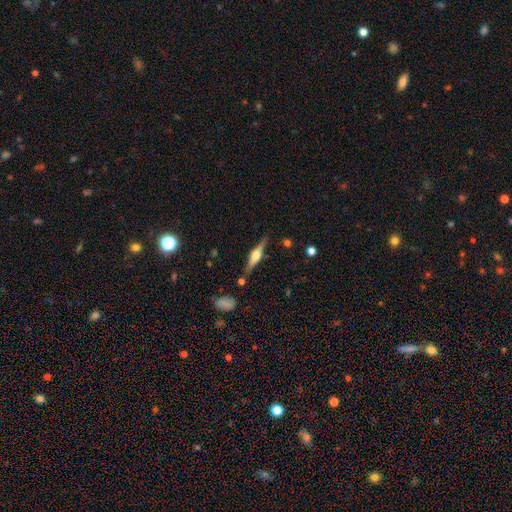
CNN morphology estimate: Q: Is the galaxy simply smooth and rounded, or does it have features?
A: featured or disk — 74%.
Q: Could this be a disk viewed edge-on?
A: yes — 97%.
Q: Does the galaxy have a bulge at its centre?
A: rounded — 92%.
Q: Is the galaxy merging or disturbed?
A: none — 85%.